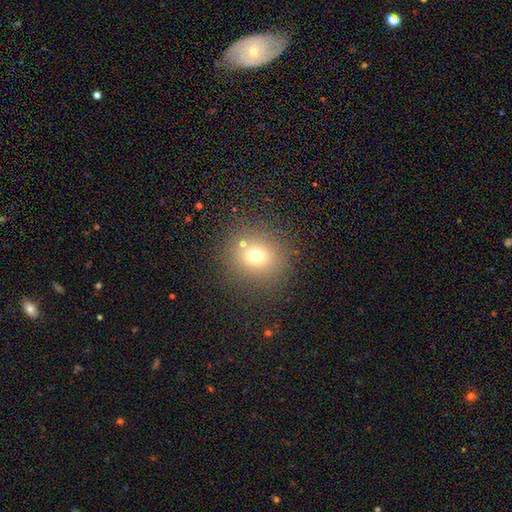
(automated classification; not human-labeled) Morphology: type=smooth (68%); roundness=round (87%); merging=none (83%).